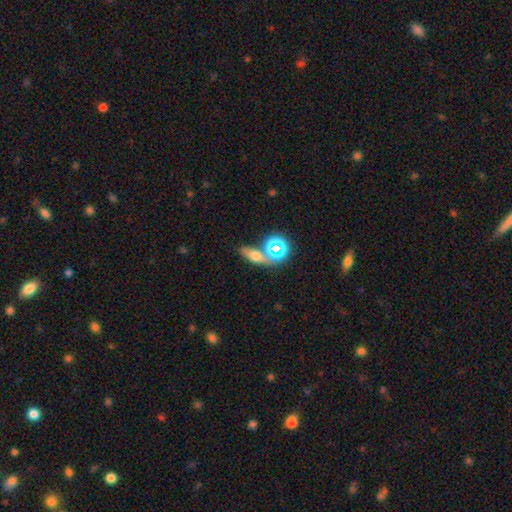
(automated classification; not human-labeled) Smooth or featured? smooth (54%)
How rounded? in between (56%)
Merging? none (59%)